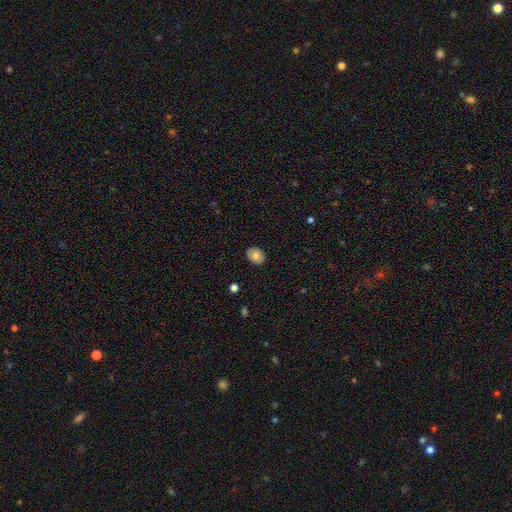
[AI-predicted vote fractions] smooth-or-featured: smooth: 70% | featured or disk: 23% | star or artifact: 7%
  how-rounded: in between: 57% | round: 42% | cigar-shaped: 1%
  merging: none: 88% | minor disturbance: 9% | major disturbance: 2% | merger: 1%